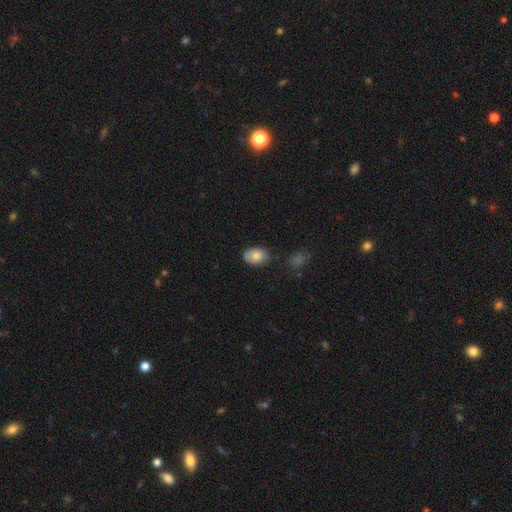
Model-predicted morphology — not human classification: smooth-or-featured: smooth: 80% | featured or disk: 12% | star or artifact: 7%
  how-rounded: in between: 81% | round: 18% | cigar-shaped: 1%
  merging: none: 72% | minor disturbance: 21% | major disturbance: 4% | merger: 3%